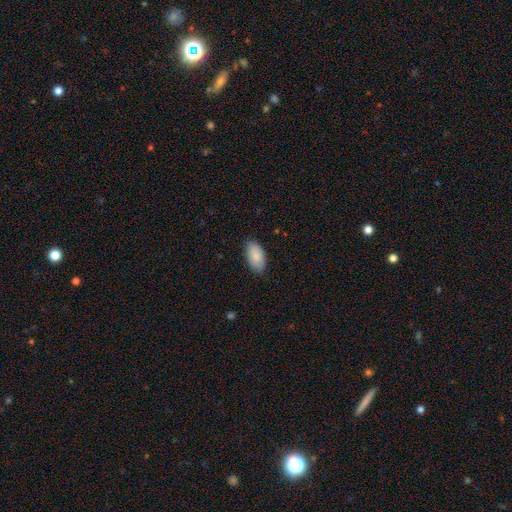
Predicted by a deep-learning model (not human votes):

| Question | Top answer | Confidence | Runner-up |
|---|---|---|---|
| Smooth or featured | smooth | 87% | featured or disk (7%) |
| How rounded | in between | 95% | round (3%) |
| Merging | none | 83% | minor disturbance (13%) |